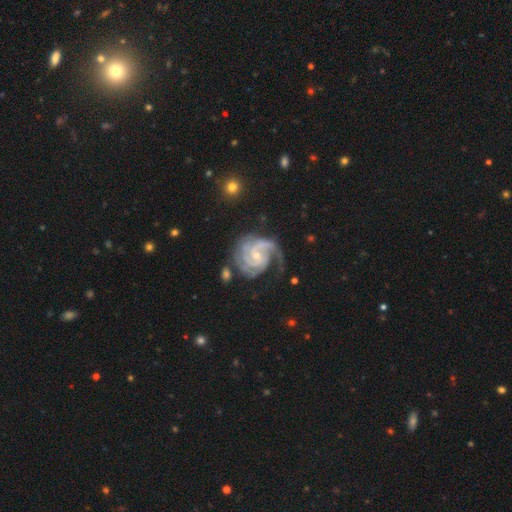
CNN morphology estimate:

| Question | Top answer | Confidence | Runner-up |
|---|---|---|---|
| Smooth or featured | featured or disk | 92% | star or artifact (4%) |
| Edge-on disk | no | 98% | yes (2%) |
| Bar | no | 54% | weak (37%) |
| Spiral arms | yes | 98% | no (2%) |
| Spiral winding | tight | 57% | medium (37%) |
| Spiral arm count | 3 | 44% | 2 (20%) |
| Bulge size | small | 69% | moderate (26%) |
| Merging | none | 59% | minor disturbance (22%) |